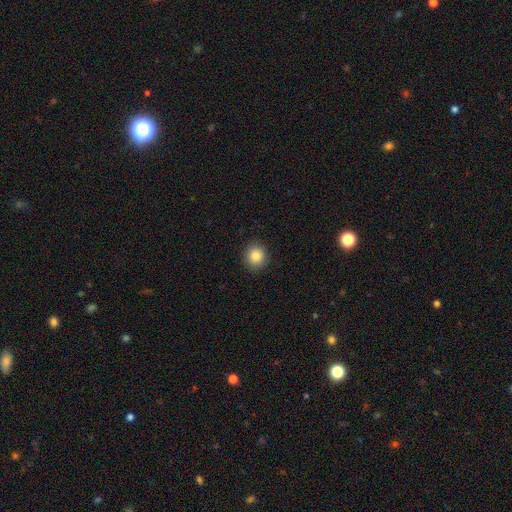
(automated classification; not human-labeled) smooth_or_featured: smooth (p=0.85) [alt: star or artifact p=0.10]
how_rounded: round (p=0.84) [alt: in between p=0.15]
merging: none (p=0.90) [alt: minor disturbance p=0.07]